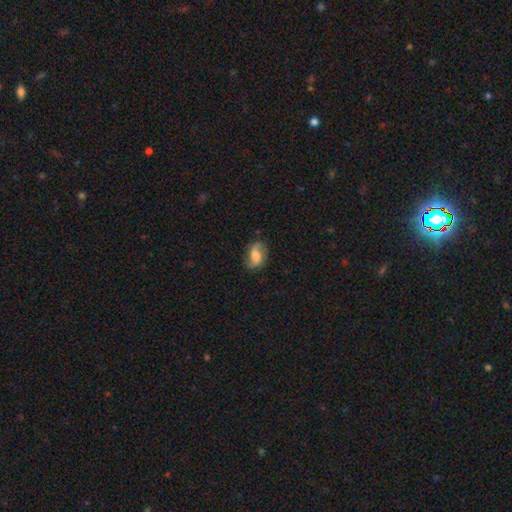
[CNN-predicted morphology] type=featured or disk (48%); merging=none (72%).